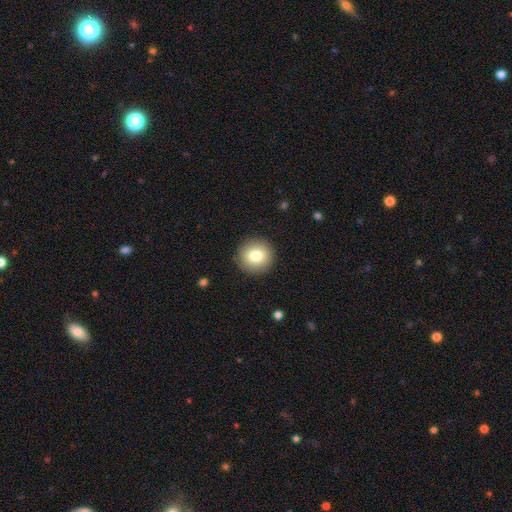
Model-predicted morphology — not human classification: Q: Smooth or featured?
A: smooth (80%); runner-up: featured or disk (11%)
Q: How rounded?
A: round (93%); runner-up: in between (6%)
Q: Merging?
A: none (91%); runner-up: minor disturbance (6%)